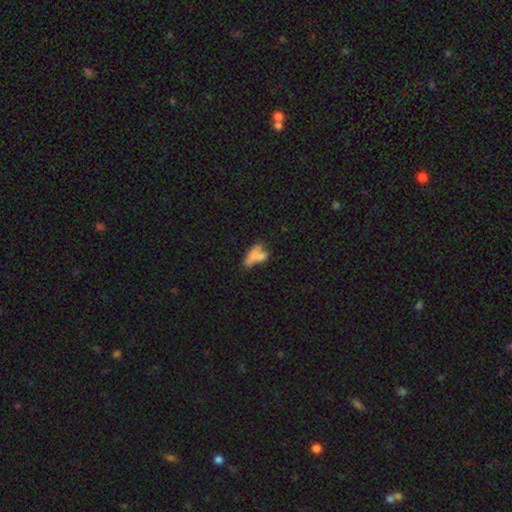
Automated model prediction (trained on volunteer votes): Overall: smooth (65%). How rounded: in between (57%; cigar-shaped 35%). Merging: merger (46%; none 32%).